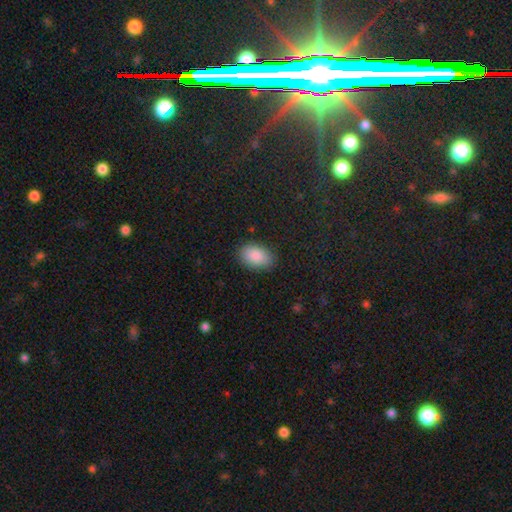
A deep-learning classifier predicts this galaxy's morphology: Overall: smooth (87%). How rounded: in between (89%). Merging: none (85%).